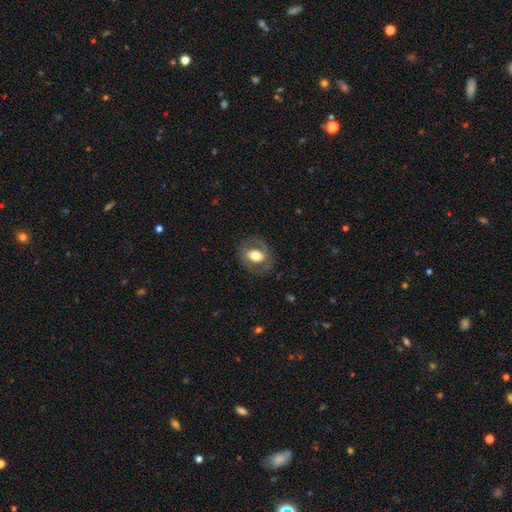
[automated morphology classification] Smooth or featured? smooth (51%)
How rounded? in between (63%)
Merging? none (76%)